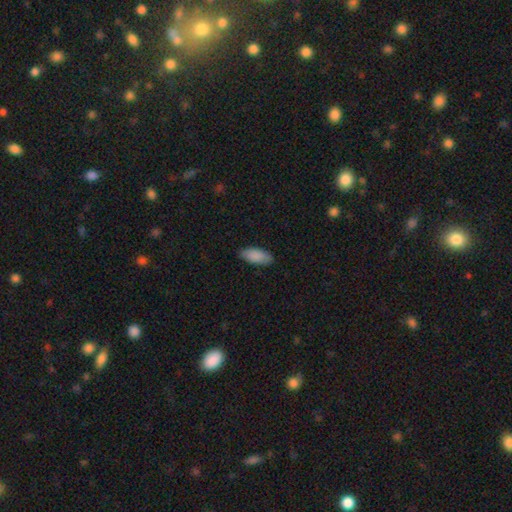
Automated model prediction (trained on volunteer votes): Smooth or featured?
  - smooth: 89% *
  - star or artifact: 6%
  - featured or disk: 6%
How rounded?
  - in between: 87% *
  - cigar-shaped: 12%
  - round: 2%
Merging?
  - none: 85% *
  - minor disturbance: 12%
  - major disturbance: 2%
  - merger: 1%